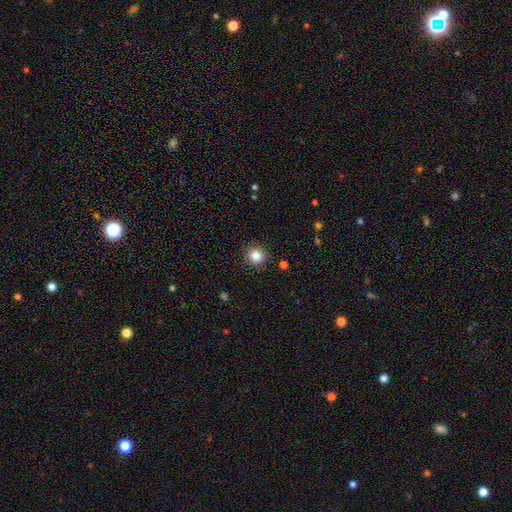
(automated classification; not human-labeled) Overall: smooth (84%). How rounded: round (93%). Merging: none (91%).